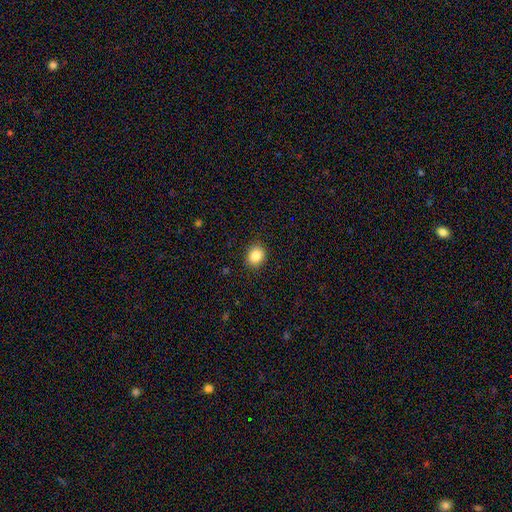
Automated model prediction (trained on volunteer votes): smooth_or_featured: smooth (p=0.85) [alt: star or artifact p=0.10]
how_rounded: round (p=0.60) [alt: in between p=0.39]
merging: none (p=0.90) [alt: minor disturbance p=0.07]